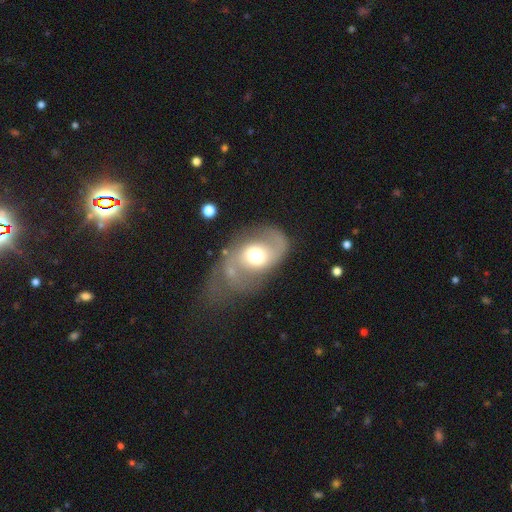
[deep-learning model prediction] Smooth or featured? Predicted: featured or disk (p=0.71). Edge-on disk? Predicted: no (p=0.97). Bar? Predicted: no (p=0.58). Spiral arms? Predicted: yes (p=0.83). Spiral winding? Predicted: loose (p=0.48). Spiral arm count? Predicted: 2 (p=0.82). Bulge size? Predicted: moderate (p=0.59). Merging? Predicted: none (p=0.41).